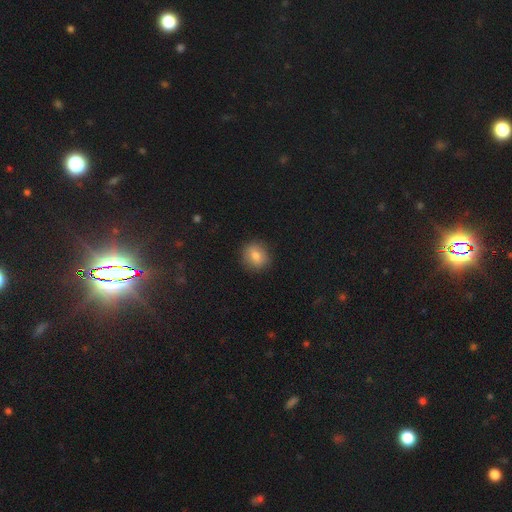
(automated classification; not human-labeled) A smooth galaxy with no disk features (78%) that is round (84%).

Vote fractions:
- Smooth or featured? smooth: 78% / featured or disk: 12% / star or artifact: 10%
- How rounded? round: 84% / in between: 15% / cigar-shaped: 1%
- Merging? none: 88% / minor disturbance: 9% / major disturbance: 2% / merger: 1%